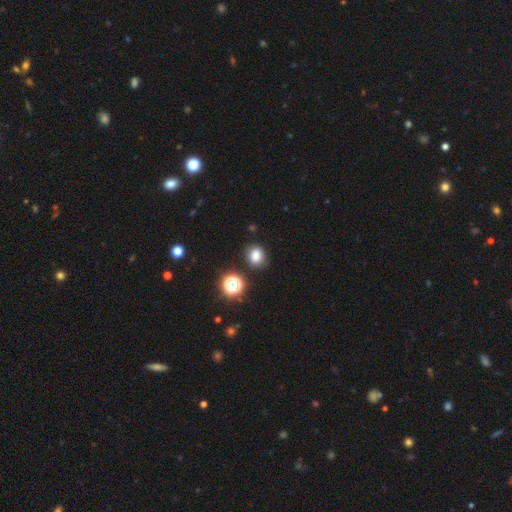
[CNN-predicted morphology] smooth-or-featured: smooth: 80% | star or artifact: 15% | featured or disk: 5%
  how-rounded: round: 64% | in between: 34% | cigar-shaped: 1%
  merging: none: 83% | minor disturbance: 11% | major disturbance: 3% | merger: 3%